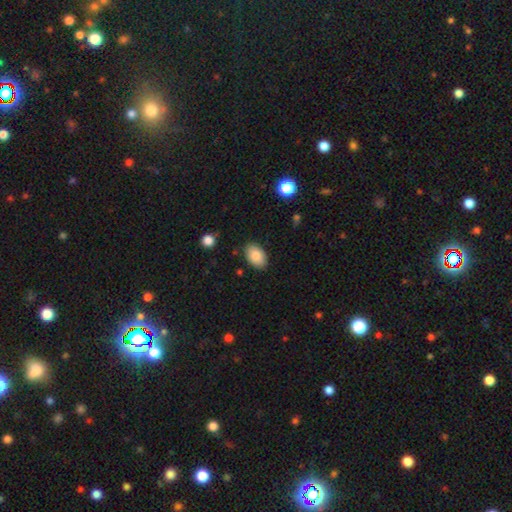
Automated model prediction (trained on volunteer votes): A smooth galaxy with no disk features (85%) that is in between round and cigar-shaped (90%).

Vote fractions:
- Smooth or featured? smooth: 85% / featured or disk: 8% / star or artifact: 7%
- How rounded? in between: 90% / round: 9% / cigar-shaped: 1%
- Merging? none: 86% / minor disturbance: 10% / major disturbance: 2% / merger: 1%